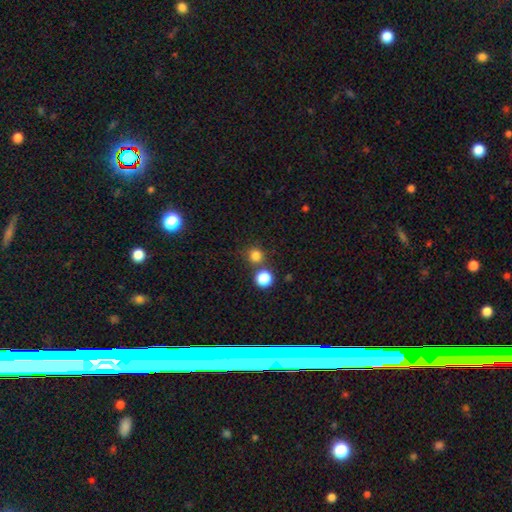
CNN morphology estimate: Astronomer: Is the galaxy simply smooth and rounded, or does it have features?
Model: smooth — 80%.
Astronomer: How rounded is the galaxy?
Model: round — 92%.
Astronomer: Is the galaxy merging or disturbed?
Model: none — 72%.